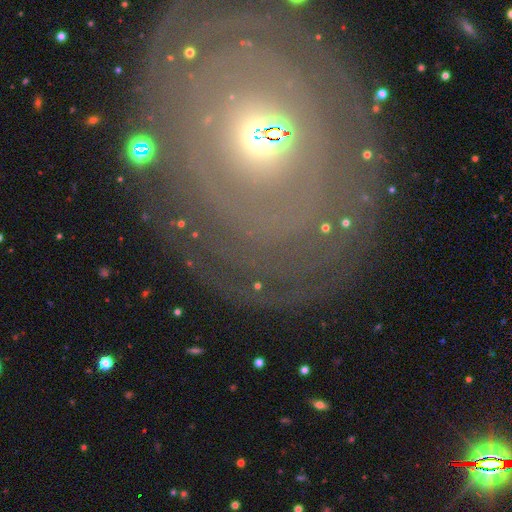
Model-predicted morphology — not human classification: Smooth or featured? featured or disk (62%)
Edge-on disk? no (95%)
Bar? no (77%)
Spiral arms? yes (56%)
Bulge size? moderate (52%)
Merging? none (78%)